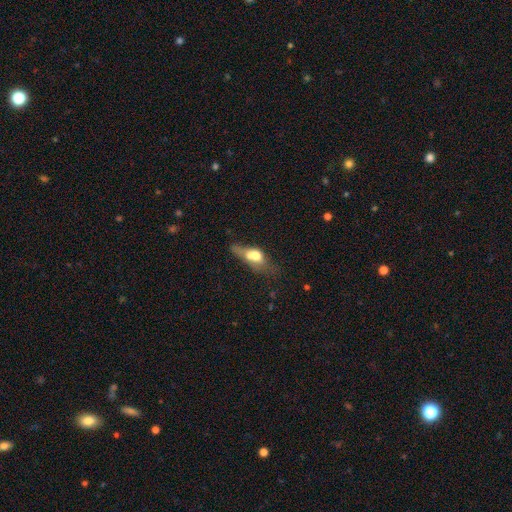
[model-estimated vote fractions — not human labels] A smooth galaxy with no disk features (58%) that is in between round and cigar-shaped (69%).

Vote fractions:
- Smooth or featured? smooth: 58% / featured or disk: 32% / star or artifact: 10%
- How rounded? in between: 69% / cigar-shaped: 18% / round: 13%
- Merging? merger: 37% / major disturbance: 23% / none: 21% / minor disturbance: 19%